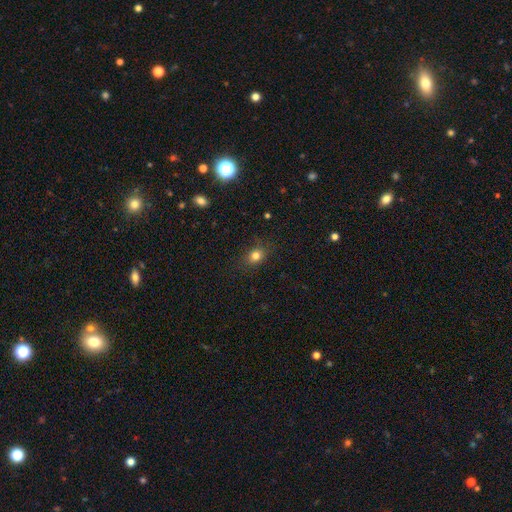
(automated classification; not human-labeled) The model was most divided on "how rounded": round: 53%, in between: 45%, cigar-shaped: 2%. More confident: merging — none (82%); smooth or featured — smooth (80%).